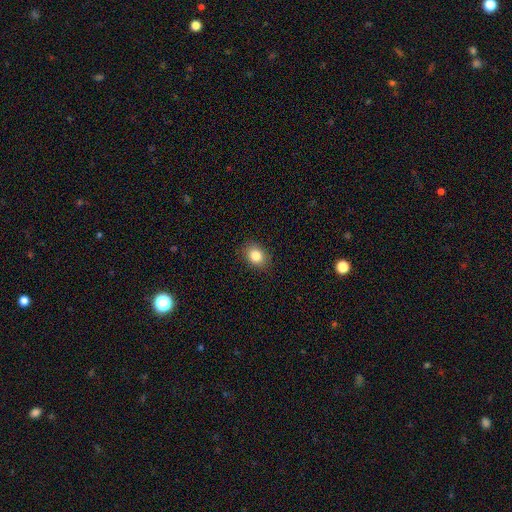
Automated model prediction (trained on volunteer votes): smooth-or-featured: smooth: 84% | star or artifact: 10% | featured or disk: 6%
  how-rounded: in between: 57% | round: 42% | cigar-shaped: 1%
  merging: none: 88% | minor disturbance: 9% | major disturbance: 2% | merger: 1%